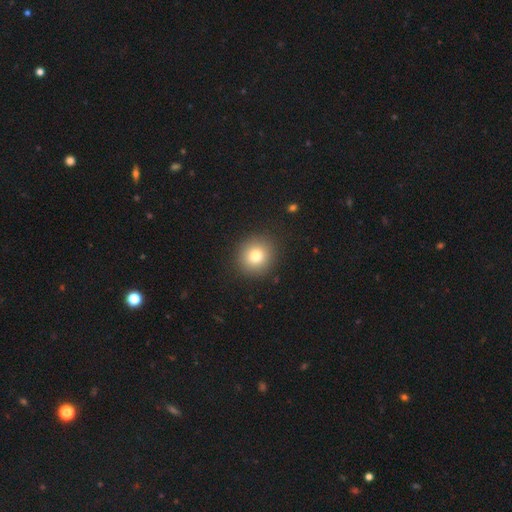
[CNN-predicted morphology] Smooth or featured: smooth — 79% (star or artifact — 11%)
How rounded: round — 90% (in between — 9%)
Merging: none — 91% (minor disturbance — 6%)